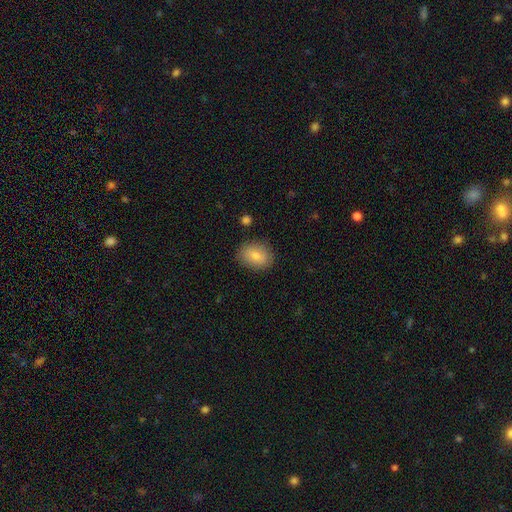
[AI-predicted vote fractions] A smooth galaxy with no disk features (81%) that is in between round and cigar-shaped (73%).

Vote fractions:
- Smooth or featured? smooth: 81% / featured or disk: 12% / star or artifact: 7%
- How rounded? in between: 73% / round: 25% / cigar-shaped: 1%
- Merging? none: 85% / minor disturbance: 10% / major disturbance: 3% / merger: 2%